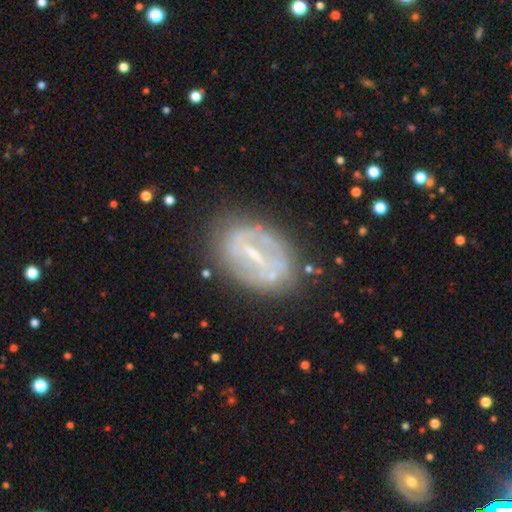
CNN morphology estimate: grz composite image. It shows a featured or disk galaxy (72%) with a strong bar (54%), no spiral arms (58%) and a small central bulge (56%). Merging: none (73%).